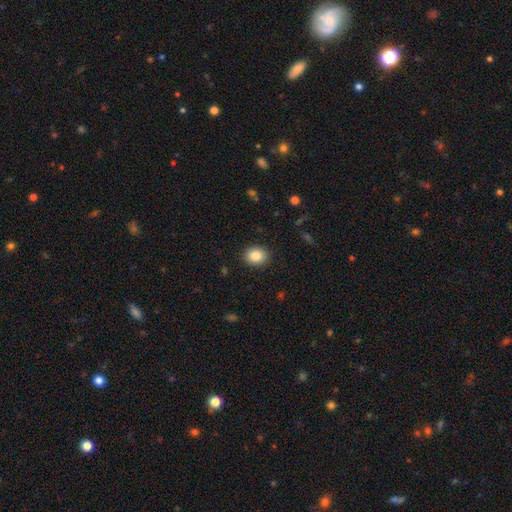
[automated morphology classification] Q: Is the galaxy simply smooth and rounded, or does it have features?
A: smooth — 86%.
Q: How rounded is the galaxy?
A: round — 51%.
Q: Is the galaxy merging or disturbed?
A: none — 90%.